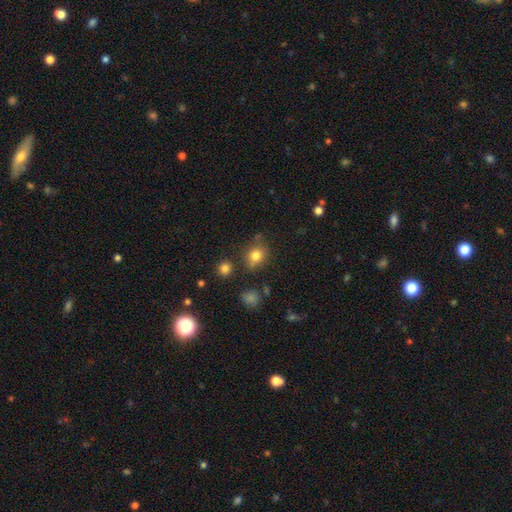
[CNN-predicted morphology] Smooth or featured: smooth — 78% (star or artifact — 13%)
How rounded: round — 69% (in between — 30%)
Merging: none — 72% (minor disturbance — 16%)